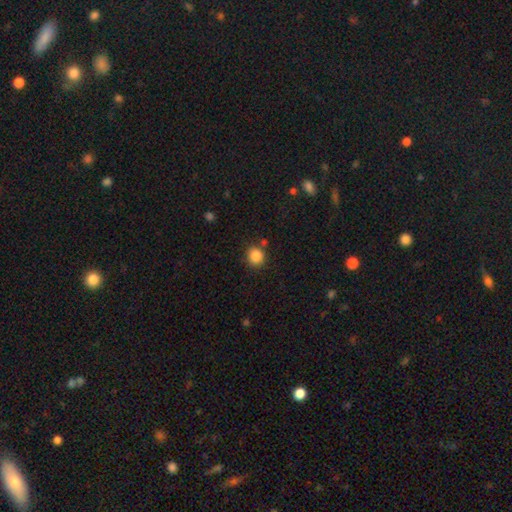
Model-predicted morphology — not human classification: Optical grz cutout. It shows a smooth galaxy with no disk features (86%) that is round (87%). Merging: none (80%).